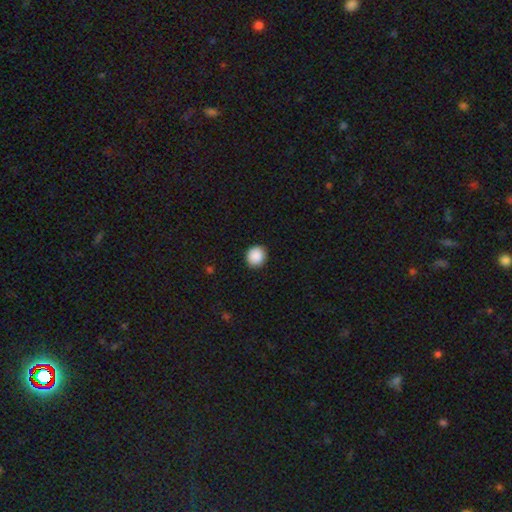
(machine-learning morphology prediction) A smooth galaxy with no disk features (90%) that is round (86%). Merging: none (91%).